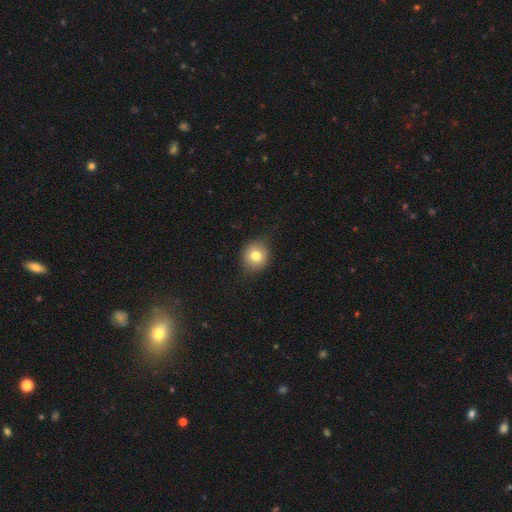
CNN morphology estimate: This is likely a smooth galaxy (77%). How rounded: clearly round (82%). Merging: clearly none (82%).